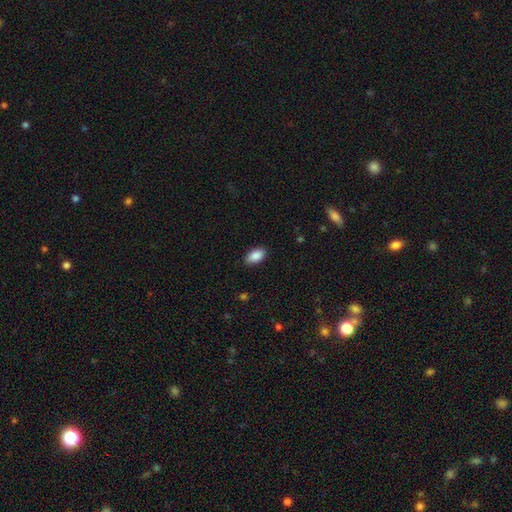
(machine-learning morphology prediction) A smooth galaxy with no disk features (89%) that is in between round and cigar-shaped (94%). Merging: none (87%).